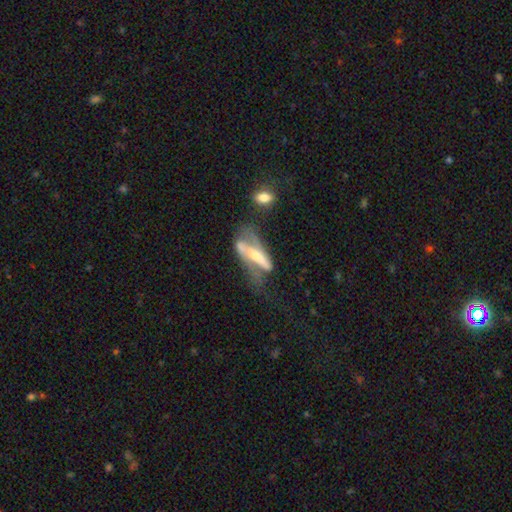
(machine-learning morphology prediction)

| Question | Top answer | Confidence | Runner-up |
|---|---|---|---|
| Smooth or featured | featured or disk | 62% | smooth (30%) |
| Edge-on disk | no | 62% | yes (38%) |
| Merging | major disturbance | 43% | none (25%) |